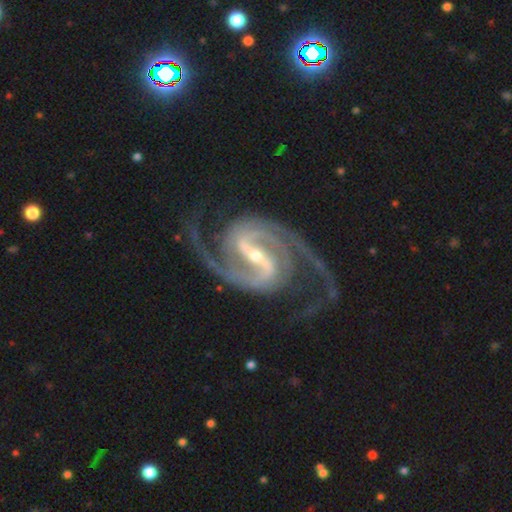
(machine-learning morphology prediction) Smooth or featured? featured or disk (95%)
Edge-on disk? no (98%)
Bar? strong (73%)
Spiral arms? yes (99%)
Spiral winding? medium (61%)
Spiral arm count? 2 (93%)
Bulge size? small (59%)
Merging? none (75%)